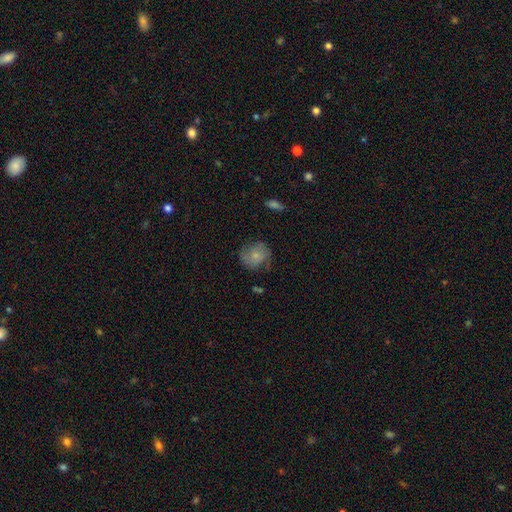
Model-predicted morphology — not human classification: Smooth or featured? Predicted: smooth (p=0.59). How rounded? Predicted: round (p=0.76). Merging? Predicted: none (p=0.62).